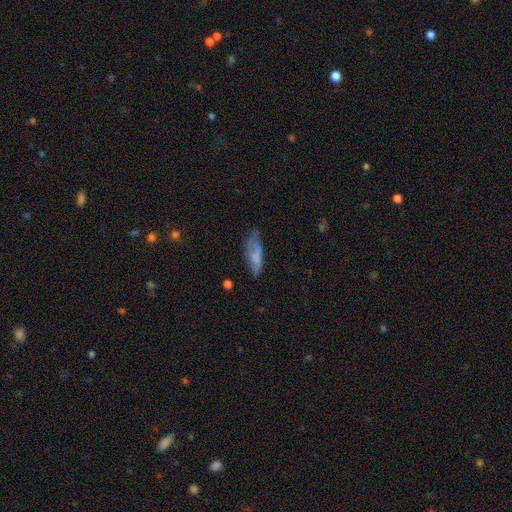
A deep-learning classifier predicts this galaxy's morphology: The model was most divided on "how rounded": in between: 50%, cigar-shaped: 48%, round: 2%. Remaining: smooth or featured — smooth (67%); merging — none (44%).